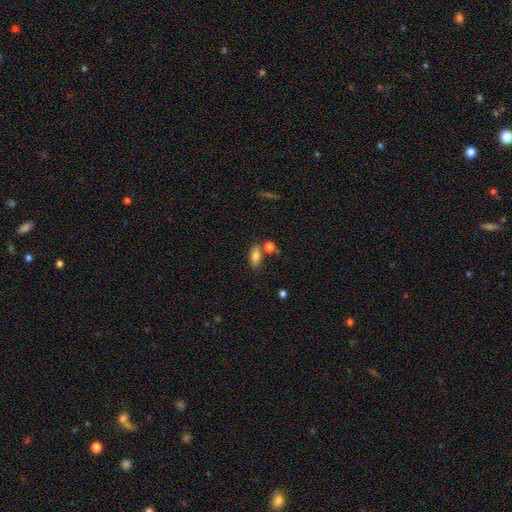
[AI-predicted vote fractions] Smooth or featured: smooth — 80% (featured or disk — 11%)
How rounded: in between — 82% (cigar-shaped — 13%)
Merging: none — 66% (merger — 16%)